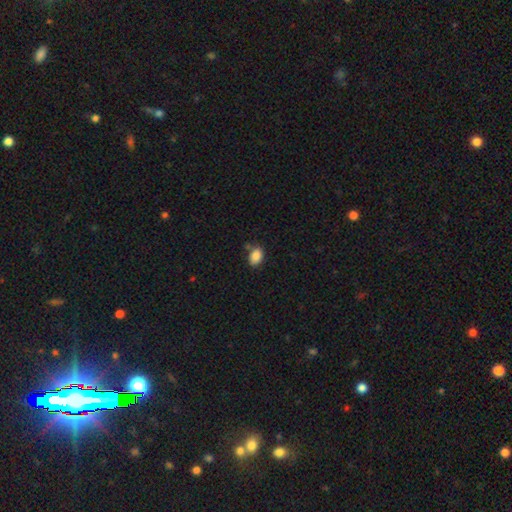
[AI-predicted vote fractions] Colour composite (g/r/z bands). It shows a smooth galaxy with no disk features (87%) that is in between round and cigar-shaped (81%). Merging: none (74%).